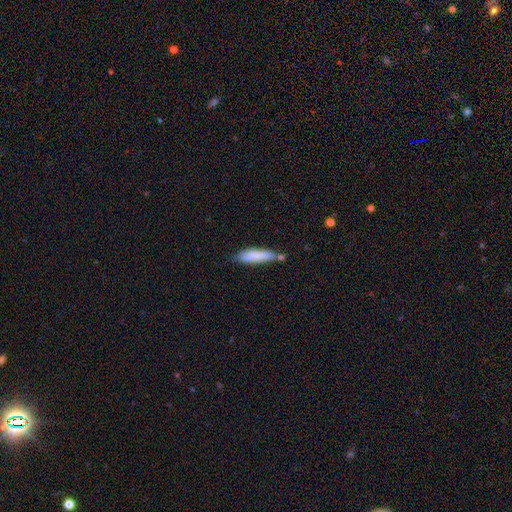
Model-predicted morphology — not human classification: The model was most divided on "merging": none: 57%, minor disturbance: 28%, merger: 10%, major disturbance: 6%. More confident: smooth or featured — smooth (81%); how rounded — cigar-shaped (68%).